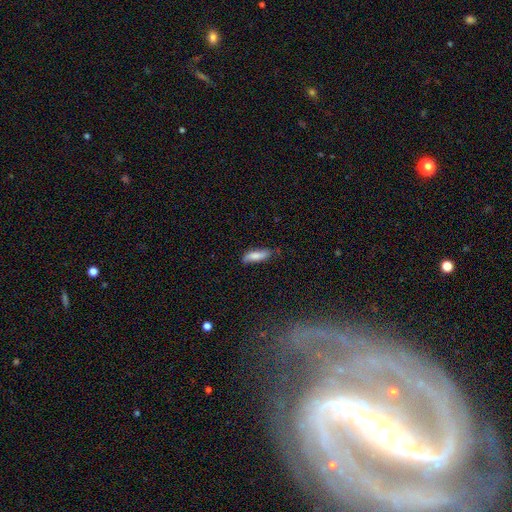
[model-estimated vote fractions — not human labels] A smooth galaxy with no disk features (76%) that is cigar-shaped (51%). Merging: none (69%).